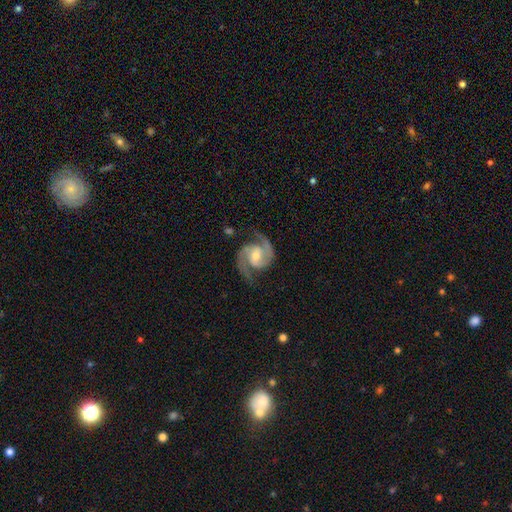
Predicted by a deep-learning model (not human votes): Smooth or featured? featured or disk (92%)
Edge-on disk? no (98%)
Bar? weak (43%)
Spiral arms? yes (98%)
Spiral winding? medium (62%)
Spiral arm count? 2 (93%)
Bulge size? moderate (58%)
Merging? none (80%)